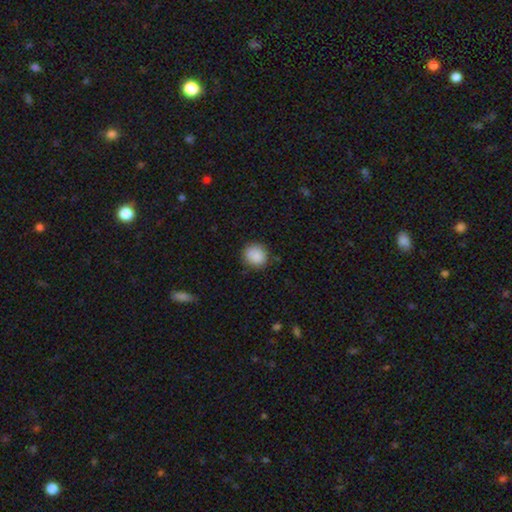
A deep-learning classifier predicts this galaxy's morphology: smooth 87%, star or artifact 8%, featured or disk 5%. Down the decision tree: how rounded — round (82%); merging — none (83%).